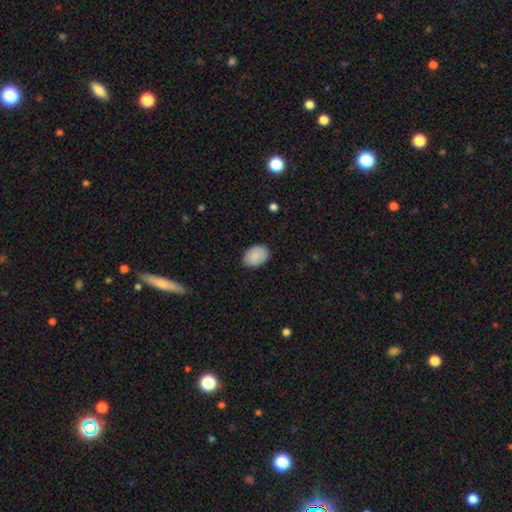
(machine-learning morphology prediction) Smooth or featured? Predicted: smooth (p=0.88). How rounded? Predicted: in between (p=0.82). Merging? Predicted: none (p=0.87).